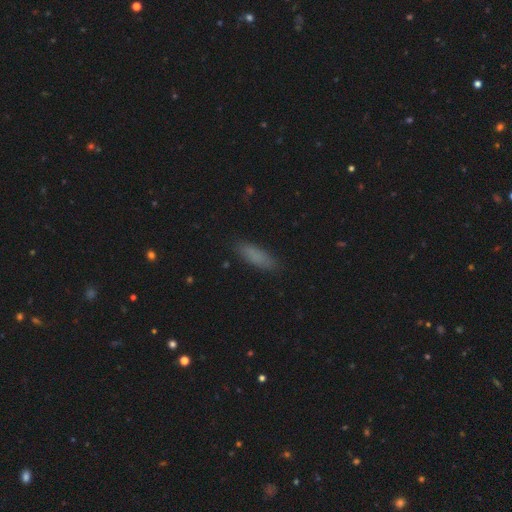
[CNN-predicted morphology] This is clearly a smooth galaxy (83%). How rounded: possibly cigar-shaped (56%). Merging: clearly none (86%).